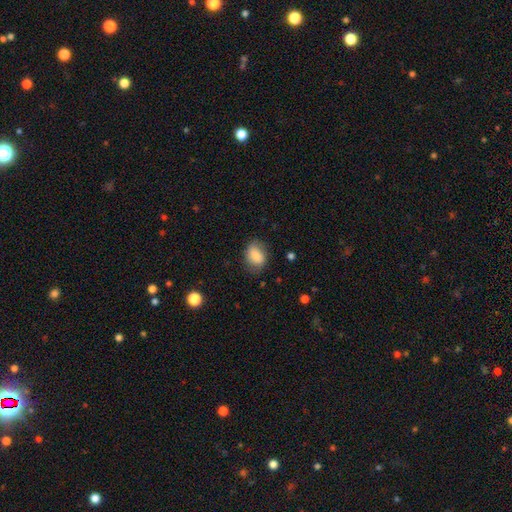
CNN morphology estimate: Smooth or featured? smooth (82%)
How rounded? in between (72%)
Merging? none (71%)